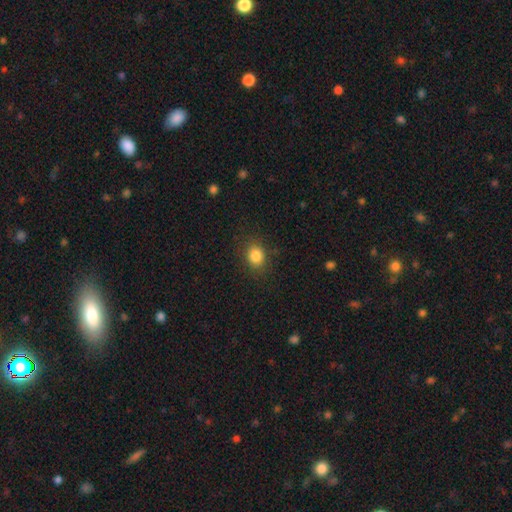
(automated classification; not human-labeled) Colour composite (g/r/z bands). It shows a smooth galaxy with no disk features (84%) that is round (58%). Merging: none (85%).